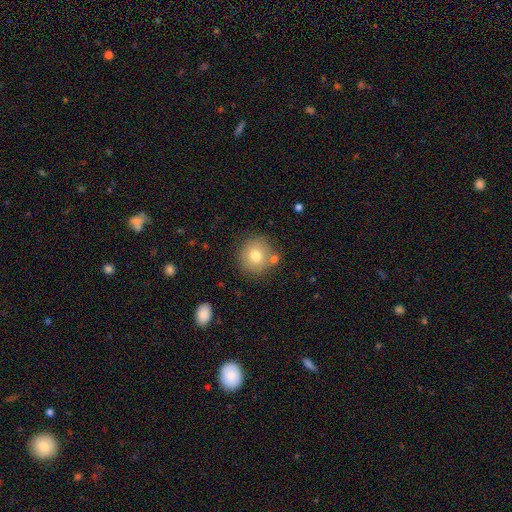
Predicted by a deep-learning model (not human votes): Smooth or featured? smooth (75%)
How rounded? round (91%)
Merging? none (74%)